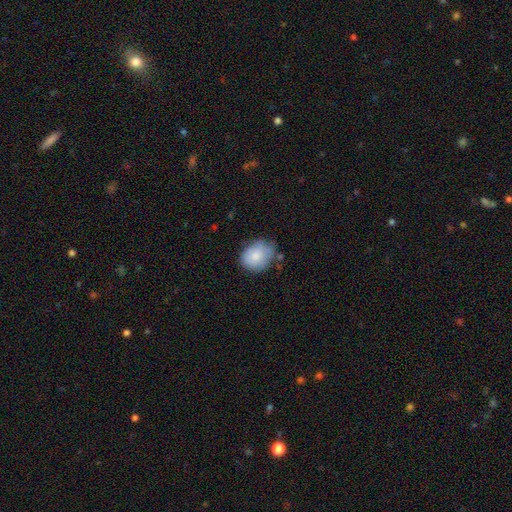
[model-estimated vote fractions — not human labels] This is clearly a smooth galaxy (80%). How rounded: possibly in between (50%). Merging: possibly none (57%).